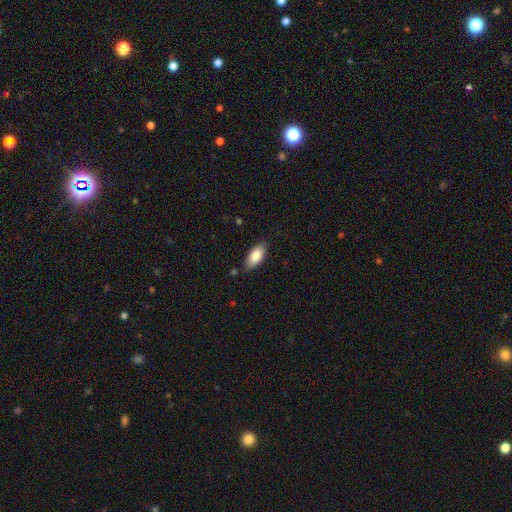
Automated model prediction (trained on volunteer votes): This appears to be a smooth galaxy with no disk features (81%) that is in between round and cigar-shaped (90%). Merging: none (81%).